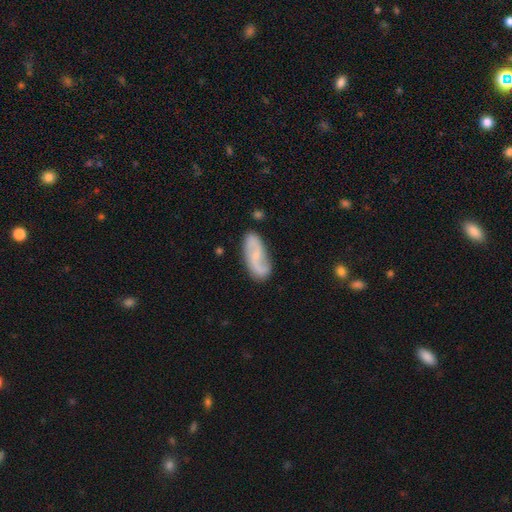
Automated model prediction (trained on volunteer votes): This is likely a featured or disk galaxy (69%). It is clearly not viewed edge-on (94%). Bar: possibly no (51%). Spiral arm pattern: clearly yes (92%). Spiral arm count: clearly 2 (87%). Spiral winding: possibly loose (54%). Central bulge: likely small (61%). Merging: likely none (73%).